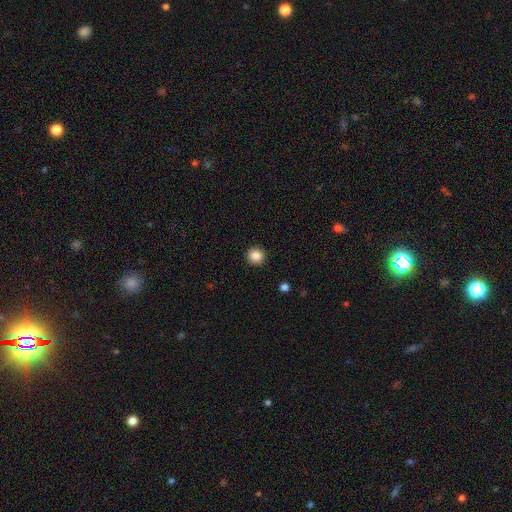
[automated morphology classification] Smooth or featured? smooth (86%)
How rounded? round (93%)
Merging? none (92%)